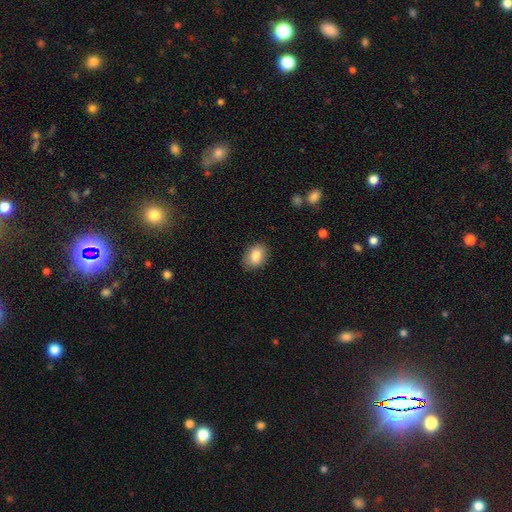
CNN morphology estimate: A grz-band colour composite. It shows a smooth galaxy with no disk features (84%) that is in between round and cigar-shaped (74%). Merging: none (87%).